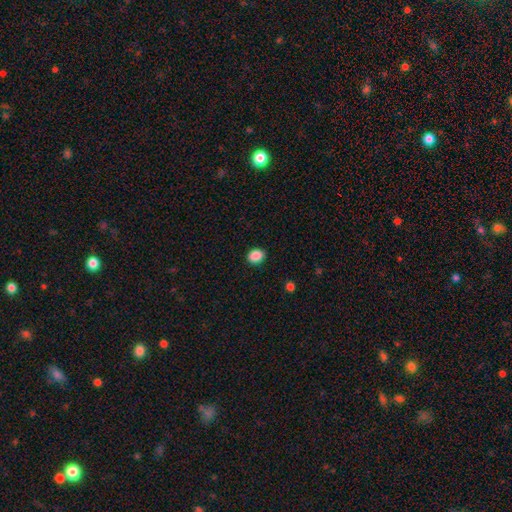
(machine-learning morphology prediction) smooth_or_featured: smooth (p=0.89) [alt: star or artifact p=0.09]
how_rounded: in between (p=0.51) [alt: round p=0.48]
merging: none (p=0.89) [alt: minor disturbance p=0.08]